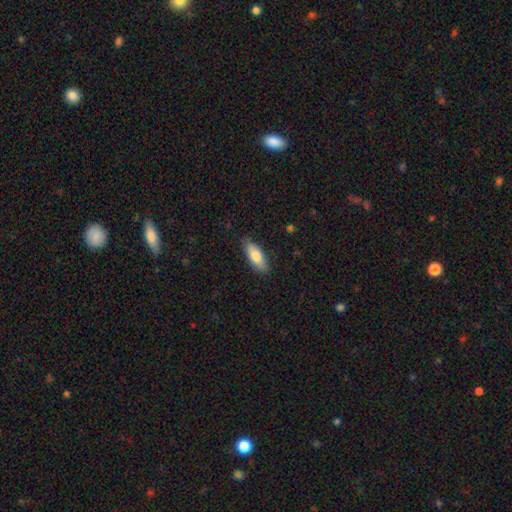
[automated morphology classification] Smooth or featured: smooth — 75% (featured or disk — 19%)
How rounded: in between — 69% (cigar-shaped — 29%)
Merging: none — 85% (minor disturbance — 12%)